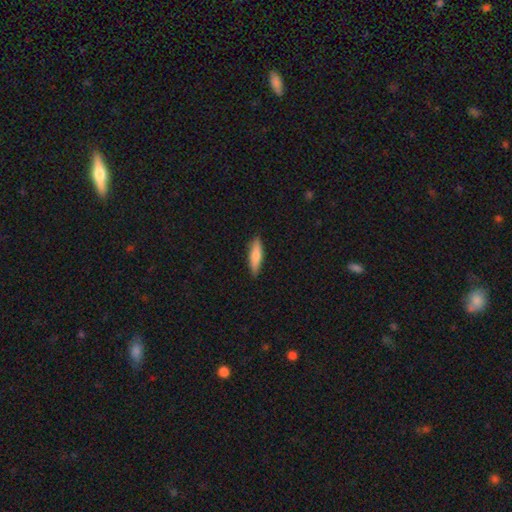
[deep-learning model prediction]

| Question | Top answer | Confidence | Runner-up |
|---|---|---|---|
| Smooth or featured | smooth | 71% | featured or disk (24%) |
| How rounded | cigar-shaped | 71% | in between (27%) |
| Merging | none | 89% | minor disturbance (8%) |